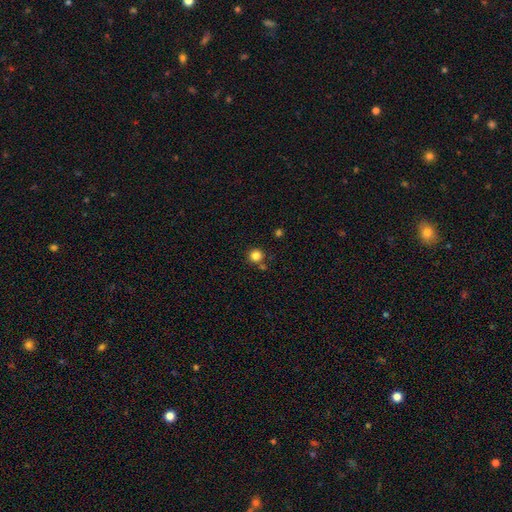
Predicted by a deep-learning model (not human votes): Smooth or featured? smooth (84%)
How rounded? round (94%)
Merging? none (80%)